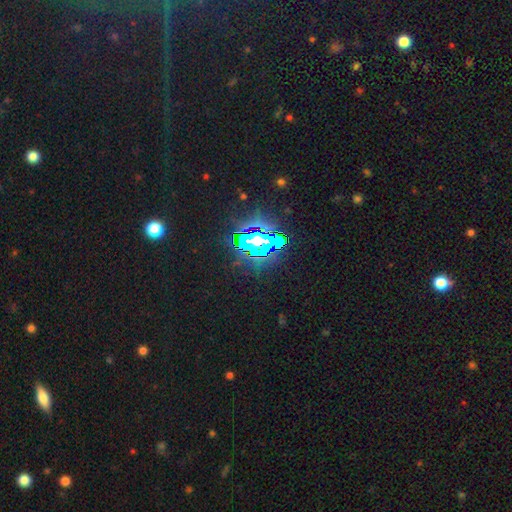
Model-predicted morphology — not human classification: type=star or artifact (74%).